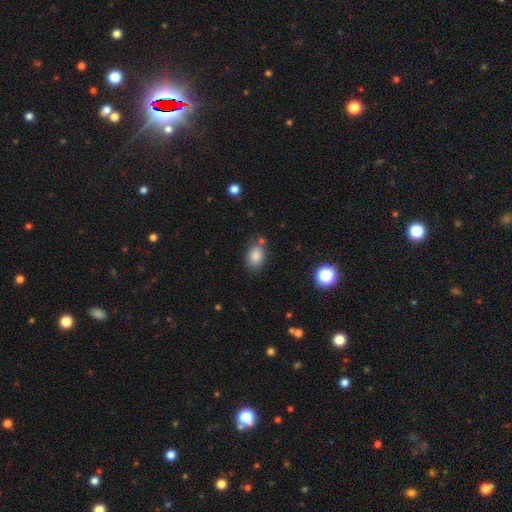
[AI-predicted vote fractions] This appears to be a smooth galaxy with no disk features (85%) that is in between round and cigar-shaped (81%). Merging: none (73%).